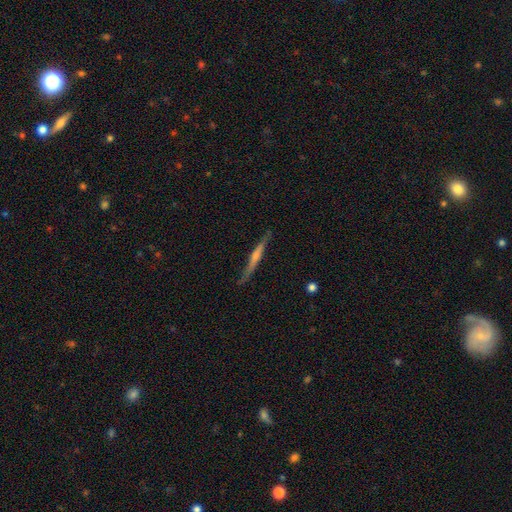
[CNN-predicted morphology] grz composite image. It shows a featured or disk galaxy (73%) viewed edge-on (96%) with a rounded central bulge (60%). Merging: none (85%).